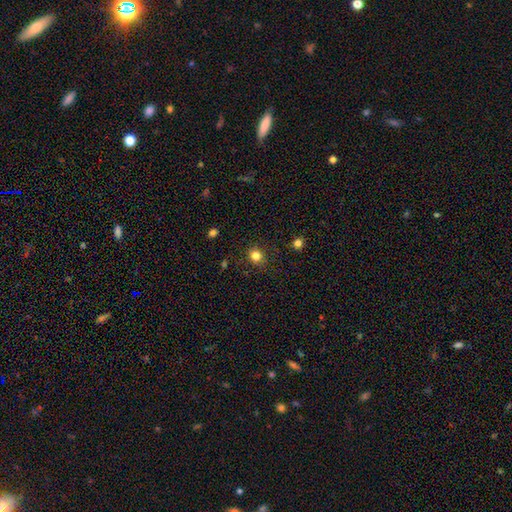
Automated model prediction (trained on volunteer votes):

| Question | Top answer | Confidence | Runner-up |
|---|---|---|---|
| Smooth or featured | smooth | 82% | star or artifact (13%) |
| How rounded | round | 80% | in between (19%) |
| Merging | none | 87% | minor disturbance (9%) |